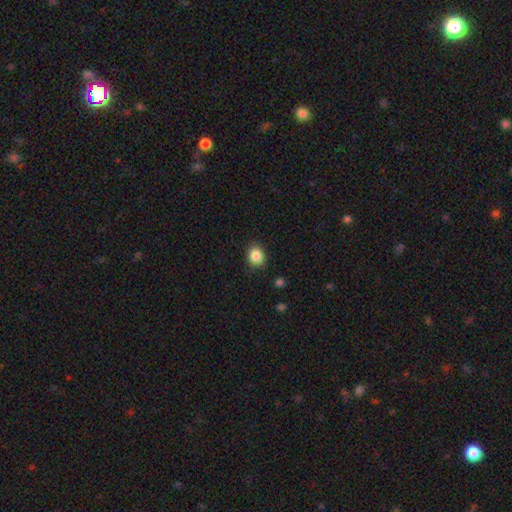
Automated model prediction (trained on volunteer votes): smooth-or-featured: smooth: 87% | star or artifact: 9% | featured or disk: 4%
  how-rounded: round: 68% | in between: 31% | cigar-shaped: 1%
  merging: none: 84% | minor disturbance: 11% | major disturbance: 3% | merger: 1%